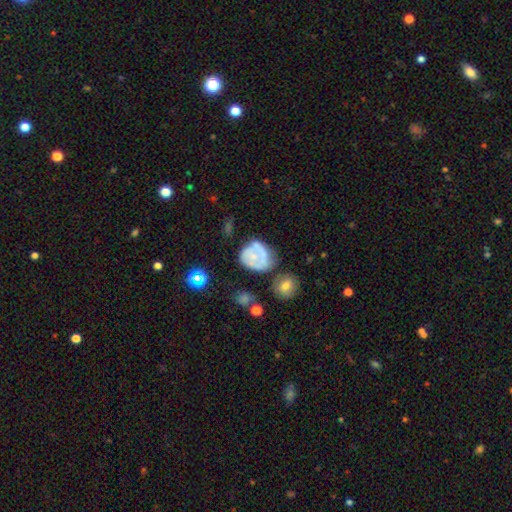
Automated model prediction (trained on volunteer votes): Q: Smooth or featured?
A: smooth (46%); runner-up: featured or disk (44%)
Q: Merging?
A: none (42%); runner-up: minor disturbance (26%)